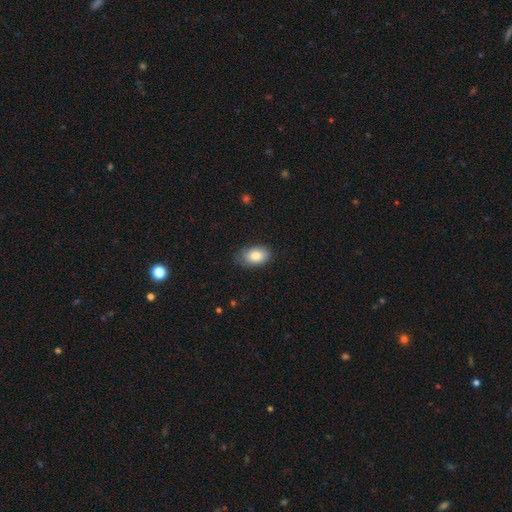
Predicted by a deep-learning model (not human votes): Smooth or featured: smooth — 82% (featured or disk — 11%)
How rounded: in between — 89% (round — 10%)
Merging: none — 73% (minor disturbance — 22%)